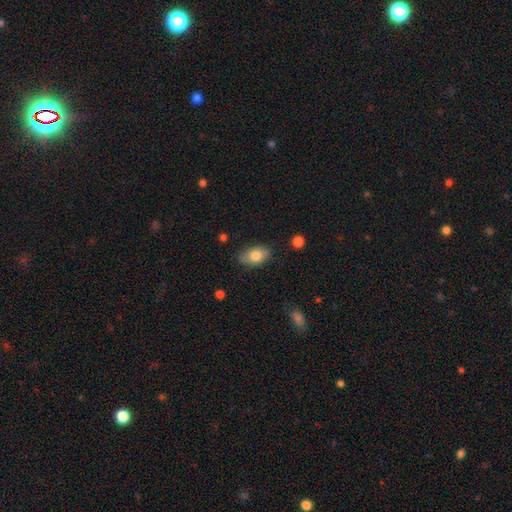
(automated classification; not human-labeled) Morphology: type=smooth (78%); roundness=in between (91%); merging=none (80%).